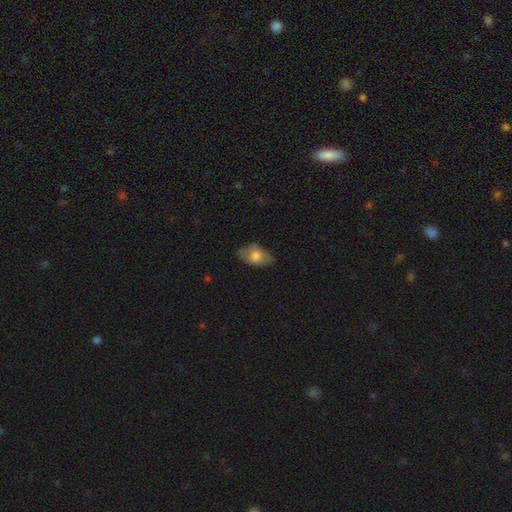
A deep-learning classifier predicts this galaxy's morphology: The model was most divided on "merging": none: 67%, minor disturbance: 25%, major disturbance: 7%, merger: 1%. More confident: how rounded — in between (90%); smooth or featured — smooth (69%).